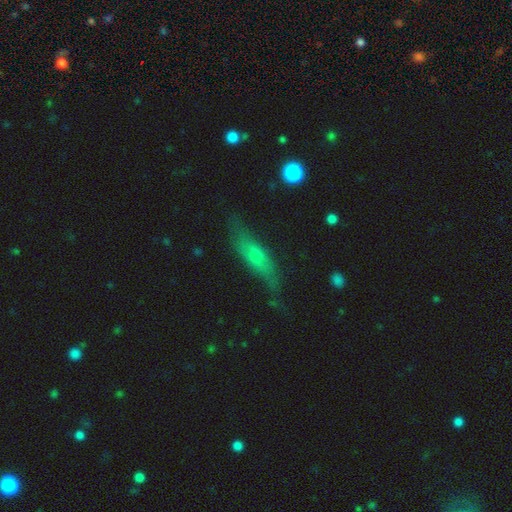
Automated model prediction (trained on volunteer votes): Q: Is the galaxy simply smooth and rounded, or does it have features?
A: smooth — 53%.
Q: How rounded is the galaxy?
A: cigar-shaped — 64%.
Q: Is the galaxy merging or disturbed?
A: none — 63%.